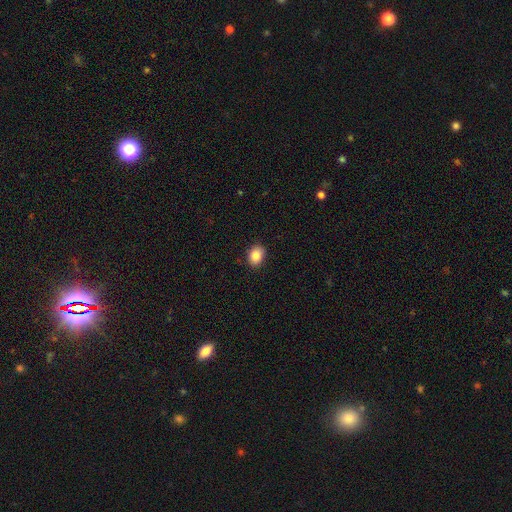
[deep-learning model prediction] smooth_or_featured: smooth (p=0.86) [alt: star or artifact p=0.09]
how_rounded: in between (p=0.65) [alt: round p=0.34]
merging: none (p=0.89) [alt: minor disturbance p=0.08]